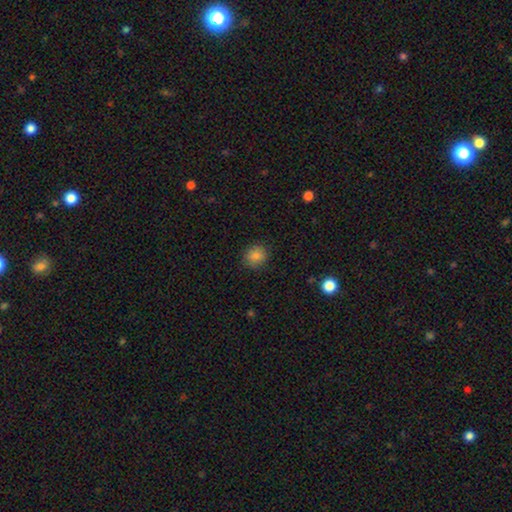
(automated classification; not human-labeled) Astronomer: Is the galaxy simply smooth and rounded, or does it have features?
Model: smooth — 85%.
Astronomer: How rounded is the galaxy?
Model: round — 86%.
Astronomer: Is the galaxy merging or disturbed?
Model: none — 89%.